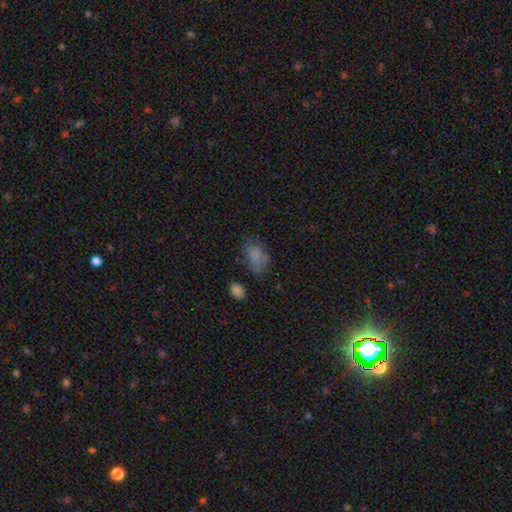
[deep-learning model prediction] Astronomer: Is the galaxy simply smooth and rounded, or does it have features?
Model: smooth — 77%.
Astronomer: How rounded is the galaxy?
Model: in between — 83%.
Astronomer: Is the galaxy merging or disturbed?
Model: none — 57%.